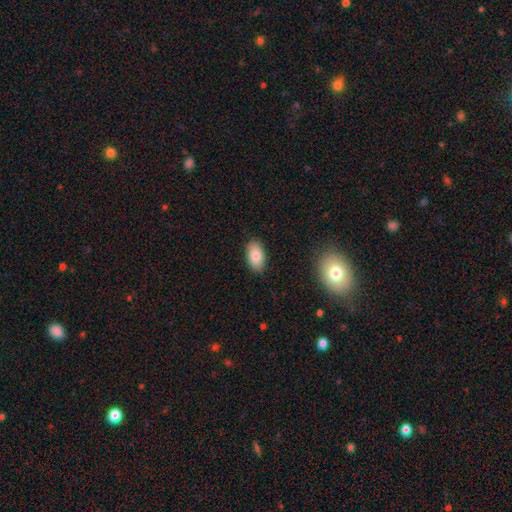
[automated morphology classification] A smooth galaxy with no disk features (85%) that is in between round and cigar-shaped (94%).

Vote fractions:
- Smooth or featured? smooth: 85% / featured or disk: 8% / star or artifact: 7%
- How rounded? in between: 94% / round: 4% / cigar-shaped: 2%
- Merging? none: 88% / minor disturbance: 9% / major disturbance: 2% / merger: 1%